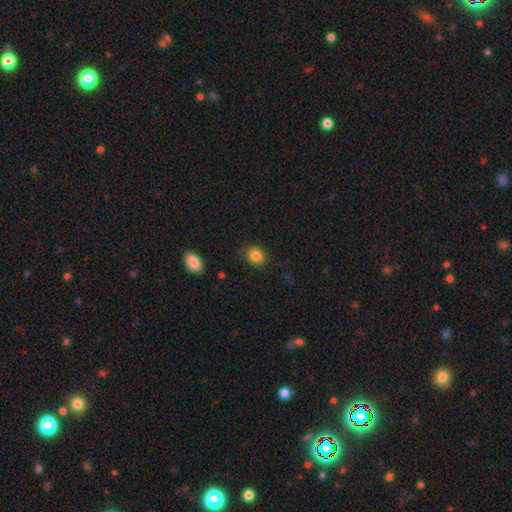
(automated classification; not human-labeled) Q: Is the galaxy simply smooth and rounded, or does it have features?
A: smooth — 86%.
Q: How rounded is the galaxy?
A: round — 69%.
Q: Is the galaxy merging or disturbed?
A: none — 83%.